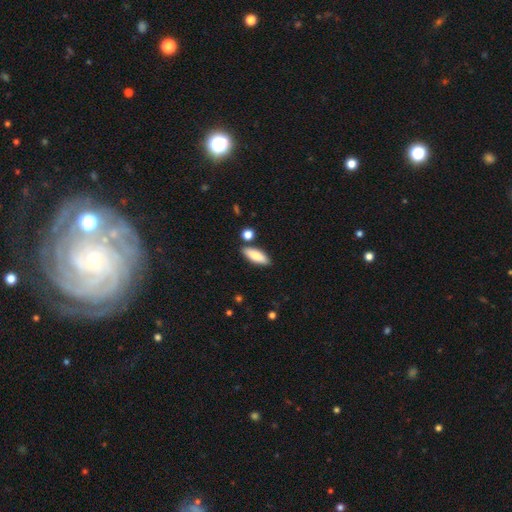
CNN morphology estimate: smooth 82%, featured or disk 12%, star or artifact 6%. Down the decision tree: how rounded — in between (62%); merging — none (82%).